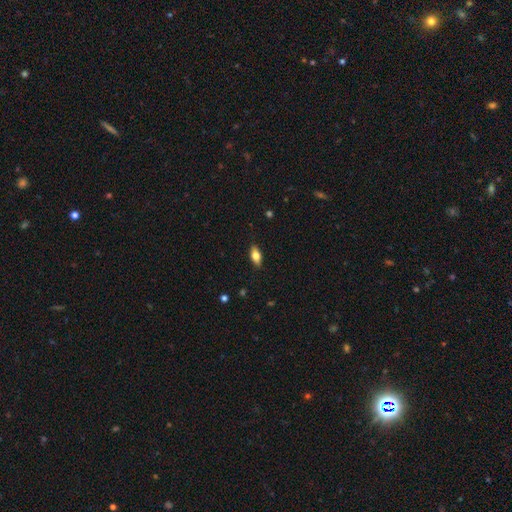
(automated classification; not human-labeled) A smooth galaxy with no disk features (67%) that is in between round and cigar-shaped (83%).

Vote fractions:
- Smooth or featured? smooth: 67% / featured or disk: 25% / star or artifact: 7%
- How rounded? in between: 83% / cigar-shaped: 13% / round: 4%
- Merging? none: 87% / minor disturbance: 10% / major disturbance: 2% / merger: 1%